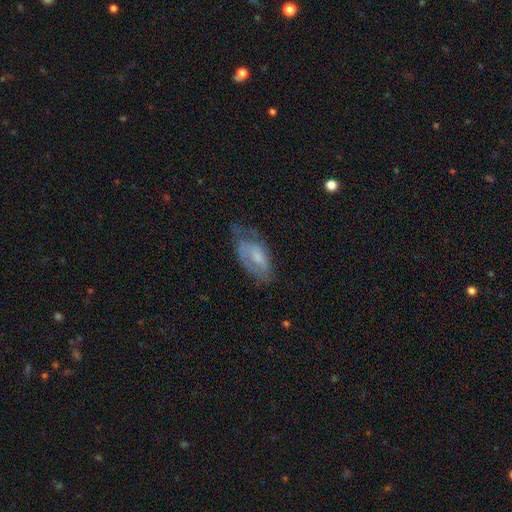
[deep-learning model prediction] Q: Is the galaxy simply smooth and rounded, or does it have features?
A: featured or disk — 46%, tied with smooth.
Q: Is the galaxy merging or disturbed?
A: none — 38%.